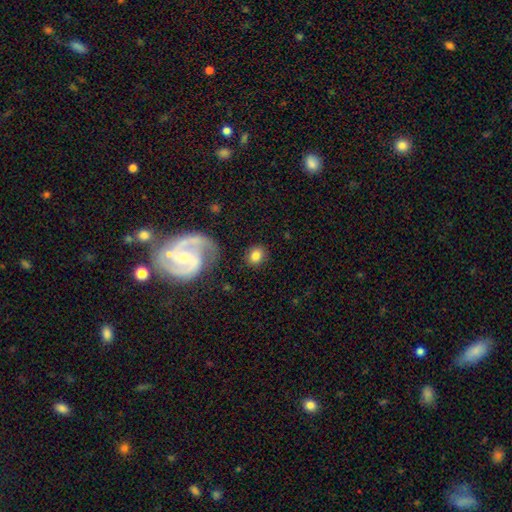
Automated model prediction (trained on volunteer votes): Smooth or featured?
  - smooth: 76% *
  - featured or disk: 17%
  - star or artifact: 8%
How rounded?
  - round: 68% *
  - in between: 31%
  - cigar-shaped: 1%
Merging?
  - none: 85% *
  - minor disturbance: 8%
  - major disturbance: 4%
  - merger: 3%